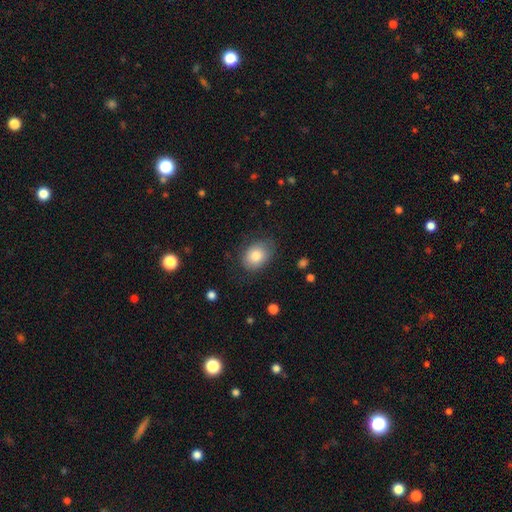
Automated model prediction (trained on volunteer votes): Overall: smooth (82%). How rounded: in between (64%; round 35%). Merging: none (74%).